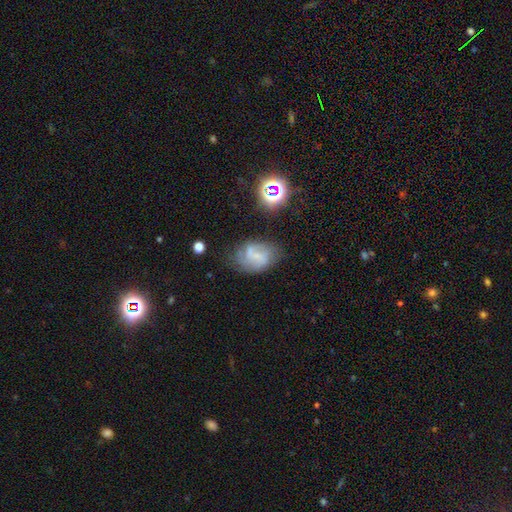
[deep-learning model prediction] This appears to be a featured or disk galaxy (63%) with no bar (45%), 2 (45%) medium (44%) spiral arms (83%) and a small central bulge (58%). Merging: none (56%).